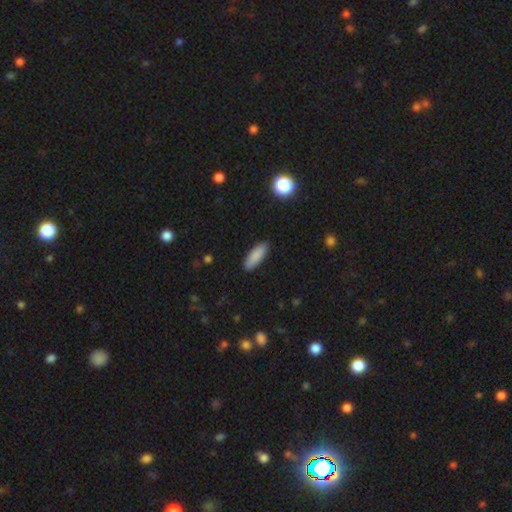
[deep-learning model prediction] This appears to be a smooth galaxy with no disk features (88%) that is in between round and cigar-shaped (61%). Merging: none (89%).